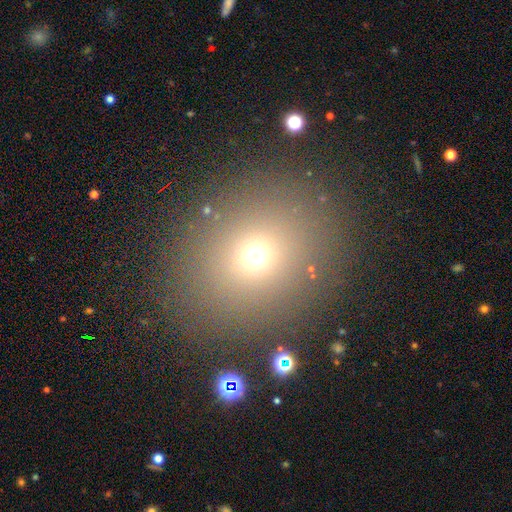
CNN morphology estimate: smooth 67%, star or artifact 23%, featured or disk 10%. Down the decision tree: how rounded — round (69%); merging — none (87%).